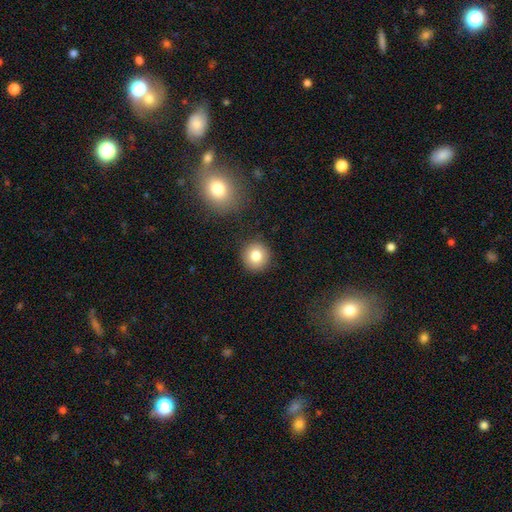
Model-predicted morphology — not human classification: smooth 80%, star or artifact 10%, featured or disk 9%. Down the decision tree: how rounded — round (93%); merging — none (89%).